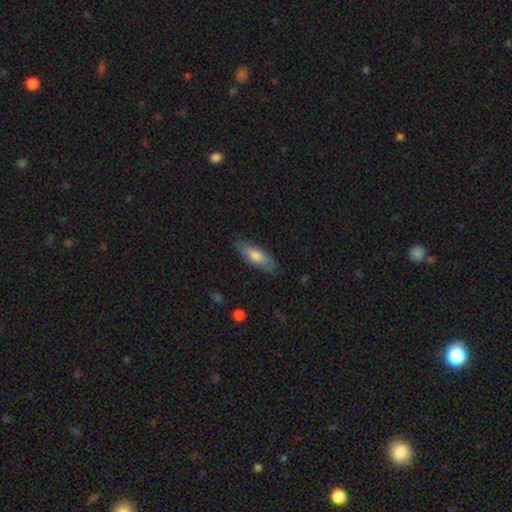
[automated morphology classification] Smooth or featured: smooth — 72% (featured or disk — 23%)
How rounded: in between — 59% (cigar-shaped — 39%)
Merging: none — 82% (minor disturbance — 14%)